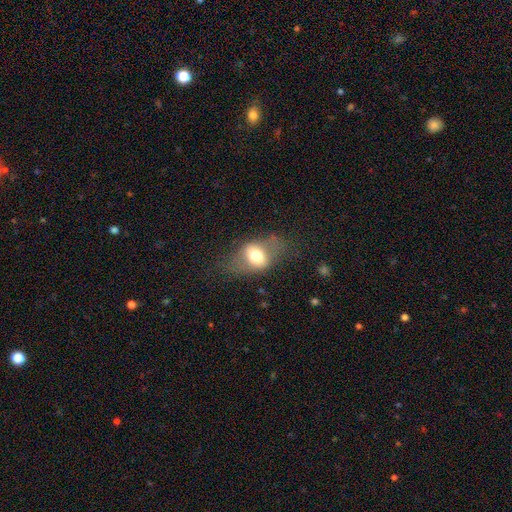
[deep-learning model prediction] Q: Smooth or featured?
A: smooth (58%); runner-up: featured or disk (33%)
Q: How rounded?
A: in between (73%); runner-up: round (24%)
Q: Merging?
A: none (57%); runner-up: minor disturbance (22%)